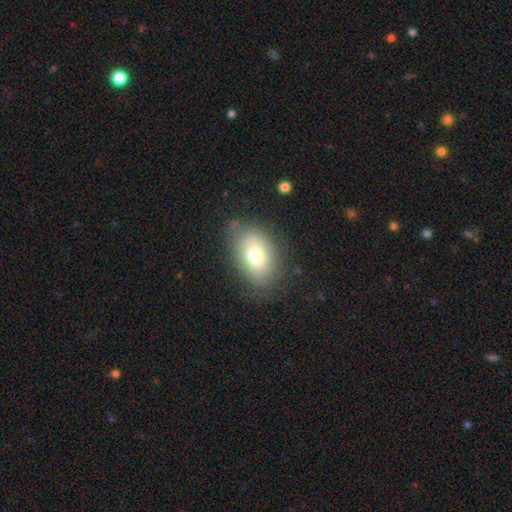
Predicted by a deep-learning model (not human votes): This appears to be a smooth galaxy with no disk features (74%) that is in between round and cigar-shaped (86%). Merging: none (74%).